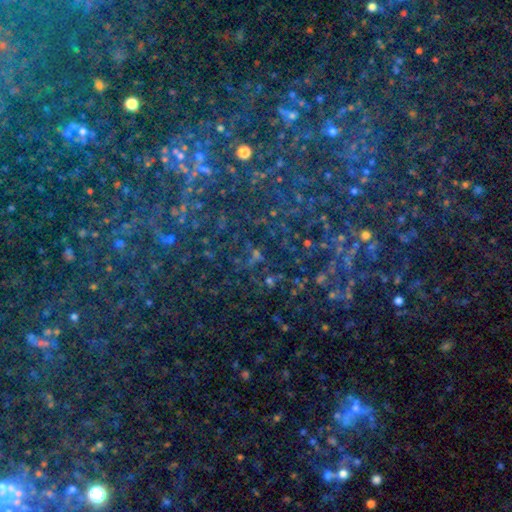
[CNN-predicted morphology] smooth_or_featured: star or artifact (p=0.81) [alt: smooth p=0.12]